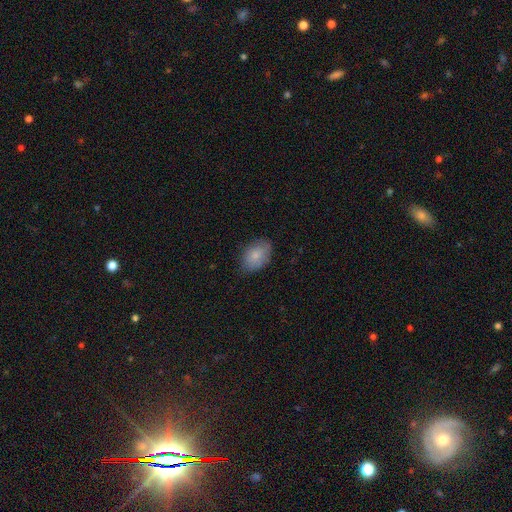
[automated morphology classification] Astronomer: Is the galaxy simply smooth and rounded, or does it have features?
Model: smooth — 82%.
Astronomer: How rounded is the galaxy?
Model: in between — 87%.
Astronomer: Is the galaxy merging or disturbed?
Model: none — 73%.